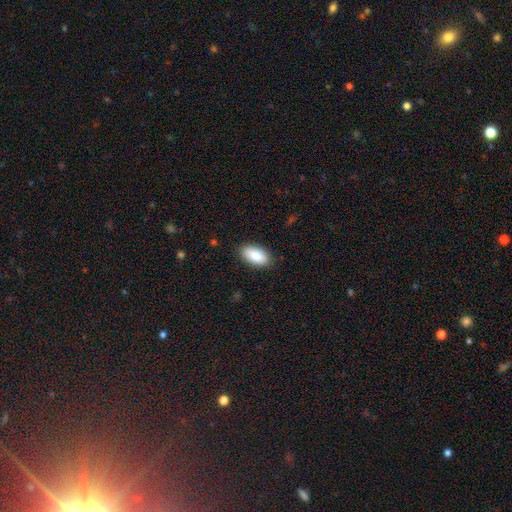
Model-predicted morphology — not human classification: A smooth galaxy with no disk features (85%) that is in between round and cigar-shaped (94%).

Vote fractions:
- Smooth or featured? smooth: 85% / featured or disk: 9% / star or artifact: 6%
- How rounded? in between: 94% / cigar-shaped: 3% / round: 3%
- Merging? none: 87% / minor disturbance: 10% / major disturbance: 2% / merger: 1%